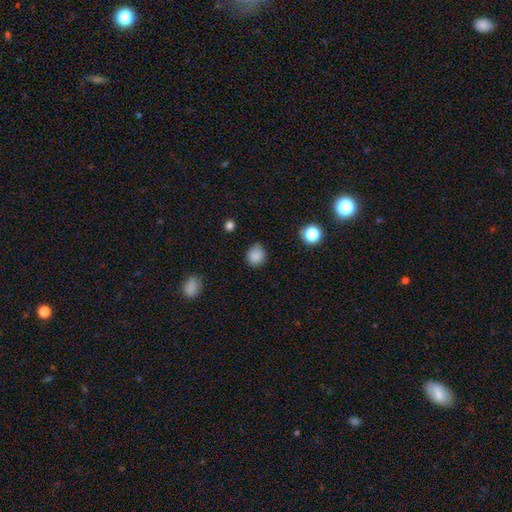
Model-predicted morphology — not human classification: The model was most divided on "how rounded": round: 80%, in between: 20%, cigar-shaped: 1%. More confident: smooth or featured — smooth (86%); merging — none (80%).